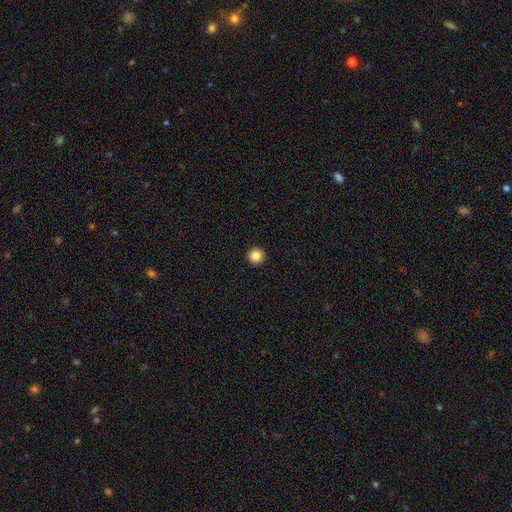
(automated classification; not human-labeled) Q: Smooth or featured?
A: smooth (87%); runner-up: star or artifact (10%)
Q: How rounded?
A: round (97%); runner-up: in between (2%)
Q: Merging?
A: none (94%); runner-up: minor disturbance (4%)